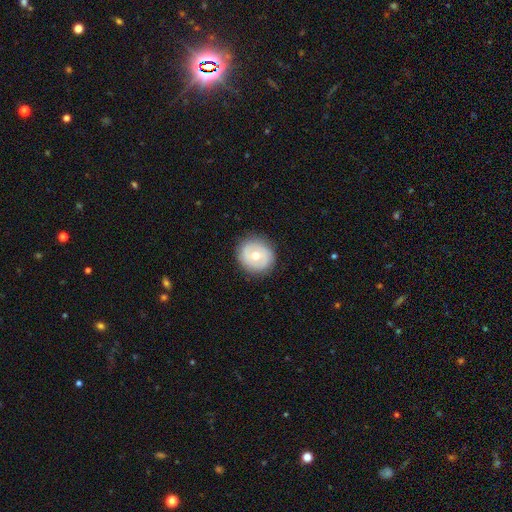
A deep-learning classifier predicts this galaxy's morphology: The model was most divided on "smooth or featured": featured or disk: 50%, smooth: 42%, star or artifact: 7%. More confident: edge-on disk — no (96%); merging — none (86%).